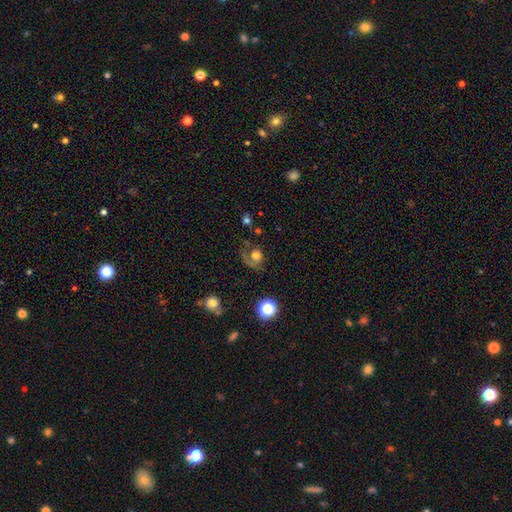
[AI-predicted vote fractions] A smooth galaxy with no disk features (50%).

Vote fractions:
- Smooth or featured? smooth: 50% / featured or disk: 36% / star or artifact: 14%
- Merging? major disturbance: 40% / none: 38% / minor disturbance: 17% / merger: 6%